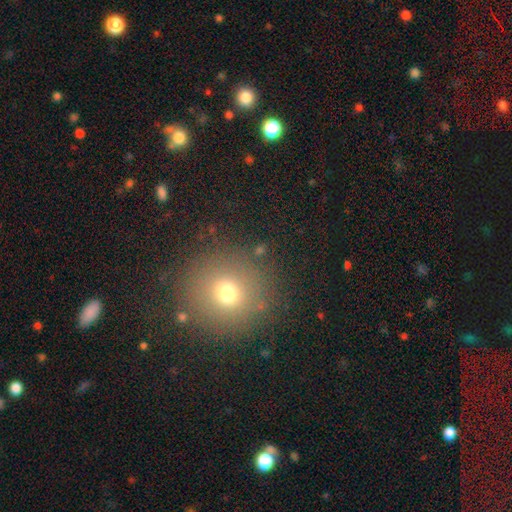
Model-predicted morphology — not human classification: Q: Smooth or featured?
A: smooth (68%); runner-up: star or artifact (22%)
Q: How rounded?
A: round (92%); runner-up: in between (7%)
Q: Merging?
A: none (88%); runner-up: minor disturbance (7%)